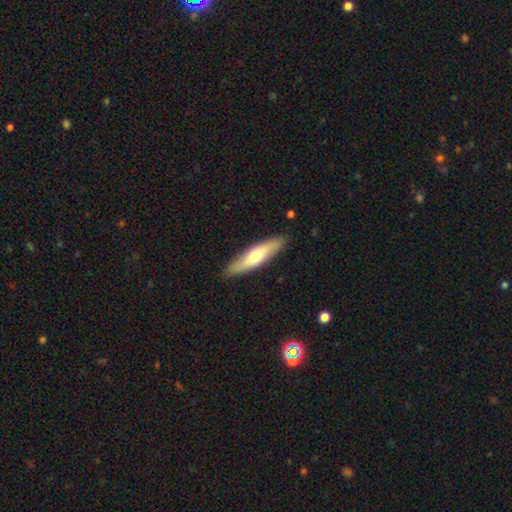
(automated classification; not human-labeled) This is possibly a smooth galaxy (55%). How rounded: likely cigar-shaped (71%). Merging: clearly none (88%).